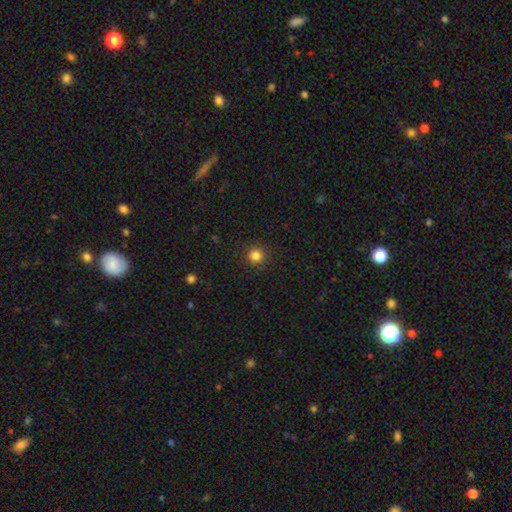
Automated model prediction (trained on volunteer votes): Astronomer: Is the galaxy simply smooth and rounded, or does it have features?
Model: smooth — 84%.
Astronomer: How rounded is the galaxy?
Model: round — 94%.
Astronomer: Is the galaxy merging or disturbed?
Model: none — 91%.